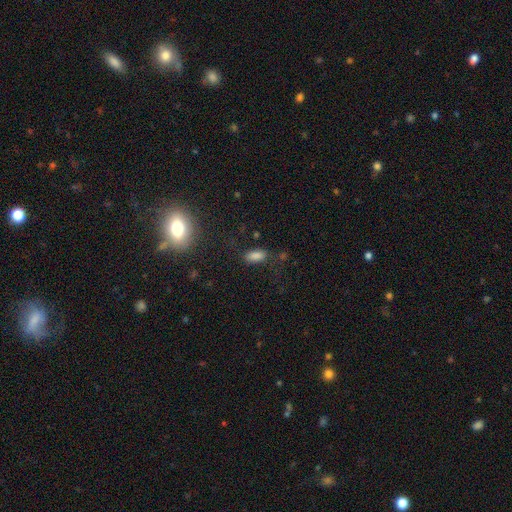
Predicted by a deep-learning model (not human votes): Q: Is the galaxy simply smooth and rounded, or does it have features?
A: smooth — 80%.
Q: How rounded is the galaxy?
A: in between — 83%.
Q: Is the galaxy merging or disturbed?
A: none — 76%.